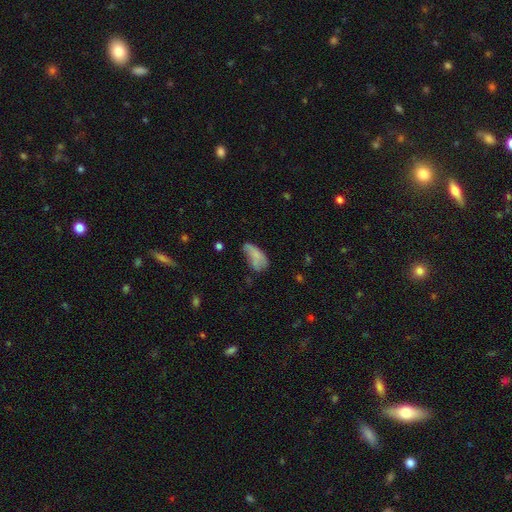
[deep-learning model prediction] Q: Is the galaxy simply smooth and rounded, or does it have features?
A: smooth — 68%.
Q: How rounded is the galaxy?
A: in between — 89%.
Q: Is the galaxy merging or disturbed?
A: minor disturbance — 33%.